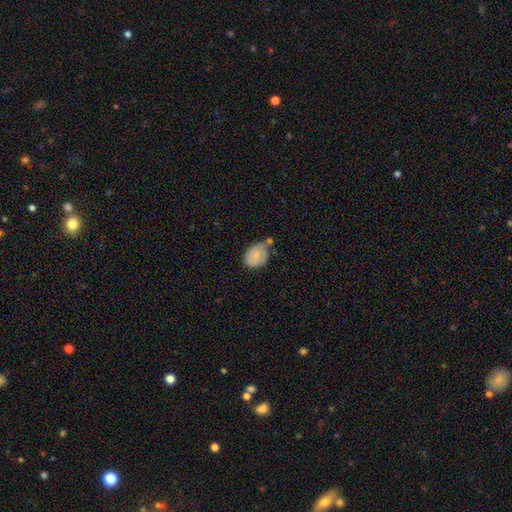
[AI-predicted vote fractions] smooth_or_featured: smooth (p=0.75) [alt: featured or disk p=0.18]
how_rounded: in between (p=0.62) [alt: round p=0.37]
merging: none (p=0.48) [alt: minor disturbance p=0.29]